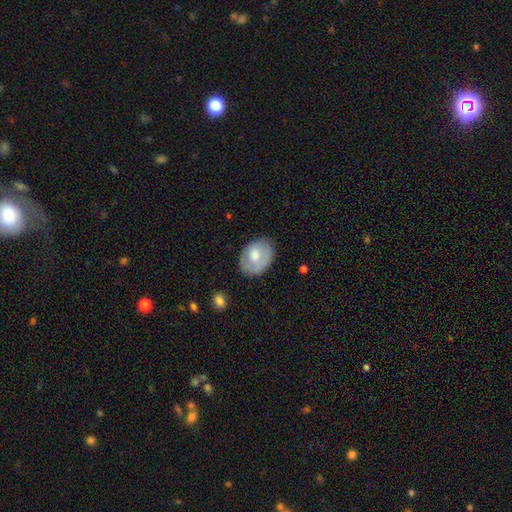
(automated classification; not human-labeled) smooth-or-featured: smooth: 62% | featured or disk: 32% | star or artifact: 6%
  how-rounded: in between: 70% | round: 29% | cigar-shaped: 1%
  merging: none: 71% | minor disturbance: 21% | major disturbance: 7% | merger: 2%